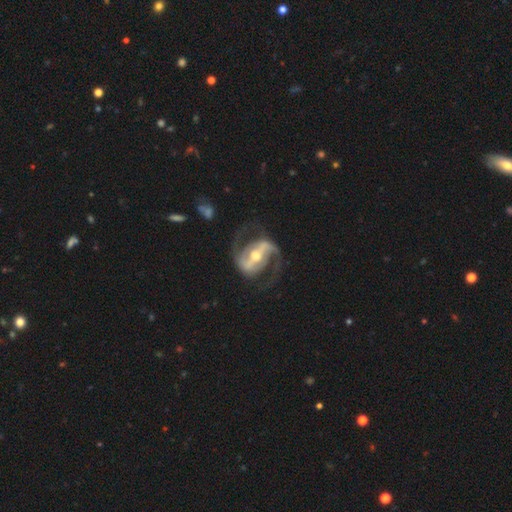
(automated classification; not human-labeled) Overall: featured or disk (91%). Edge-on disk: no (97%). Bar: strong (66%). Spiral arms: yes (96%). Spiral arm count: 2 (93%). Spiral winding: medium (54%; loose 28%). Bulge size: moderate (69%). Merging: none (75%).